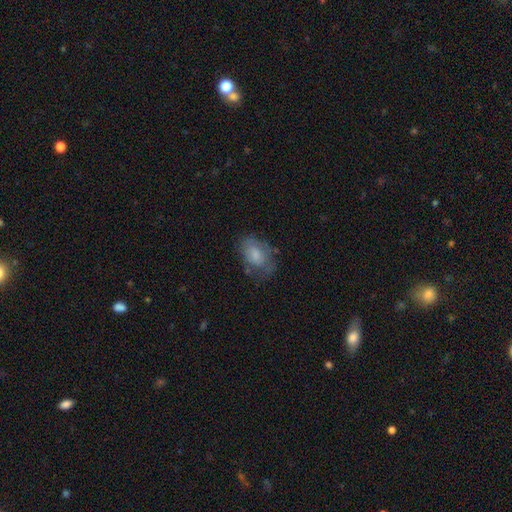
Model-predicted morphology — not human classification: Smooth or featured? smooth (60%)
How rounded? in between (84%)
Merging? none (60%)